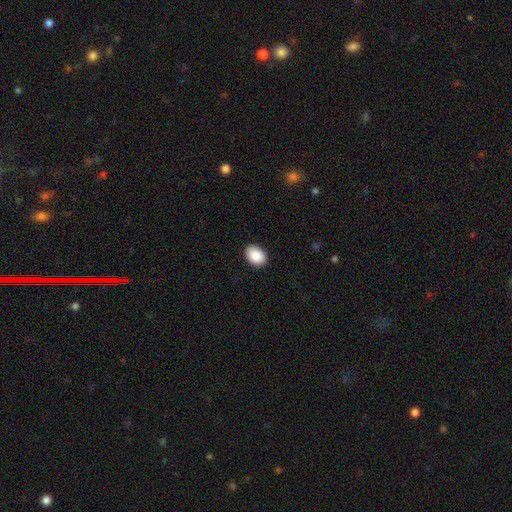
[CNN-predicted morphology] smooth_or_featured: smooth (p=0.90) [alt: star or artifact p=0.07]
how_rounded: in between (p=0.81) [alt: round p=0.18]
merging: none (p=0.89) [alt: minor disturbance p=0.08]